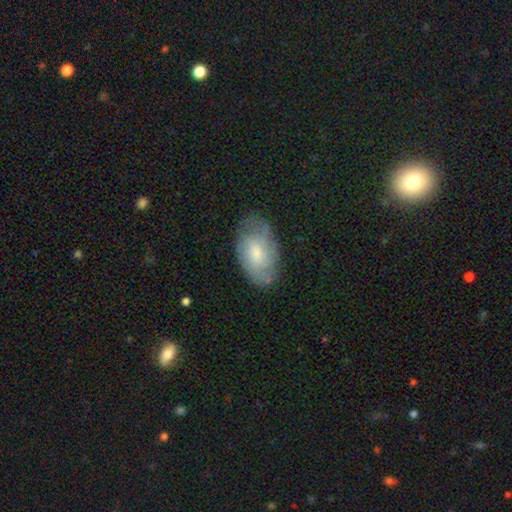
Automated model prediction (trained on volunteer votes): This appears to be a featured or disk galaxy (52%). Merging: none (74%).